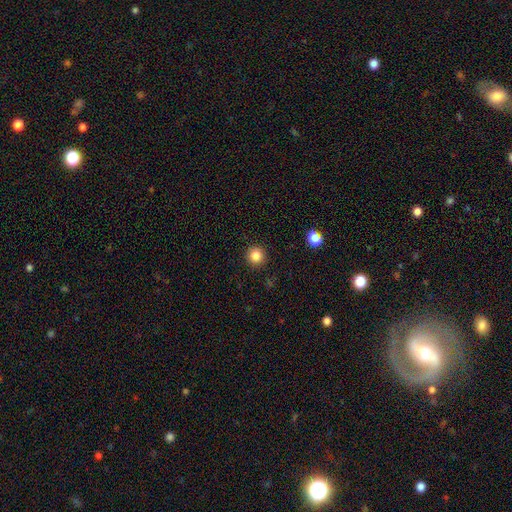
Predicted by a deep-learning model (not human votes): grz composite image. It shows a smooth galaxy with no disk features (85%) that is round (95%). Merging: none (93%).